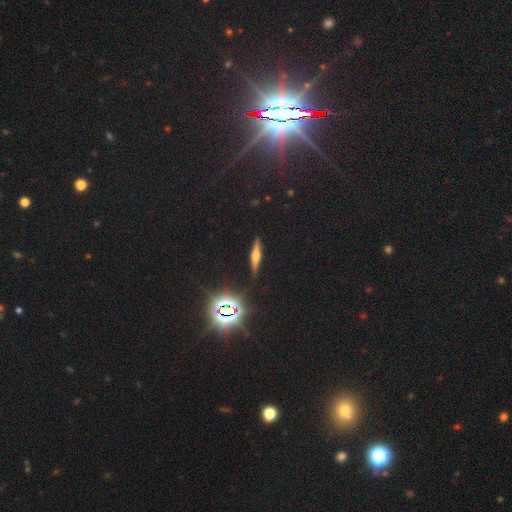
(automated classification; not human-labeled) A featured or disk galaxy (54%) viewed edge-on (95%) with a rounded central bulge (86%).

Vote fractions:
- Smooth or featured? featured or disk: 54% / smooth: 27% / star or artifact: 19%
- Edge-on disk? yes: 95% / no: 5%
- Edge-on bulge? rounded: 86% / boxy: 9% / none: 5%
- Merging? none: 89% / minor disturbance: 8% / major disturbance: 2% / merger: 1%